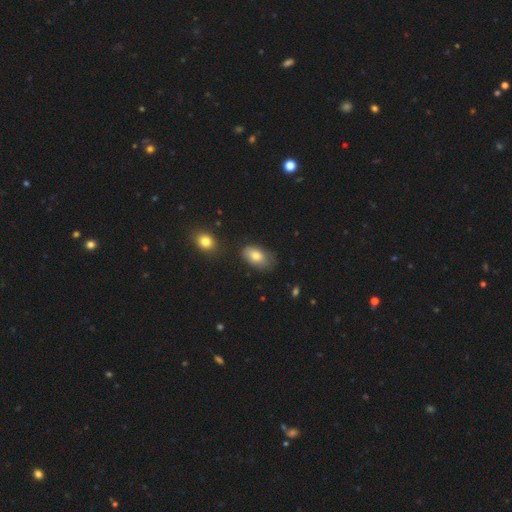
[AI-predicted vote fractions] Smooth or featured? Predicted: smooth (p=0.74). How rounded? Predicted: in between (p=0.90). Merging? Predicted: none (p=0.67).